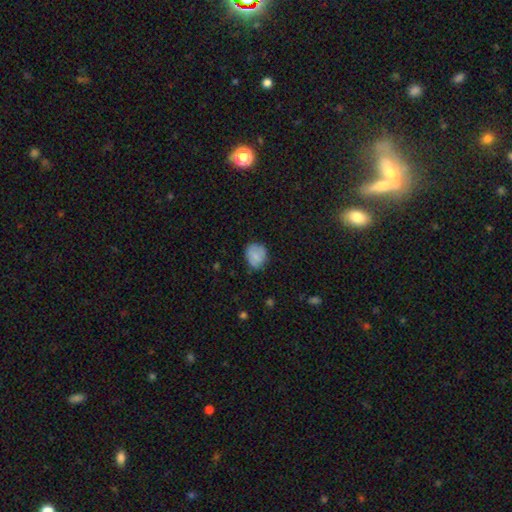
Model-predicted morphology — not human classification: smooth_or_featured: smooth (p=0.79) [alt: featured or disk p=0.13]
how_rounded: round (p=0.61) [alt: in between p=0.38]
merging: none (p=0.70) [alt: minor disturbance p=0.23]